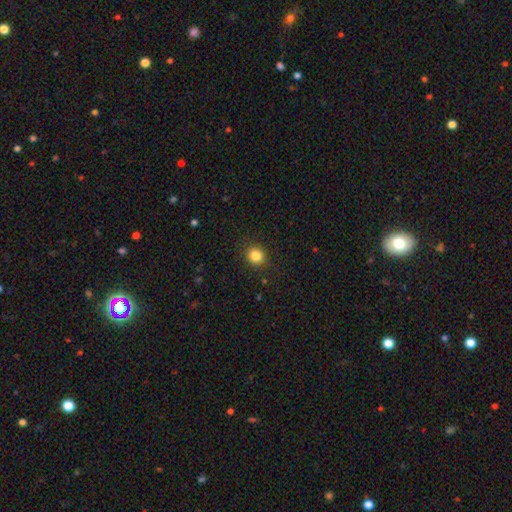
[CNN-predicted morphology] This appears to be a smooth galaxy with no disk features (84%) that is round (84%). Merging: none (90%).